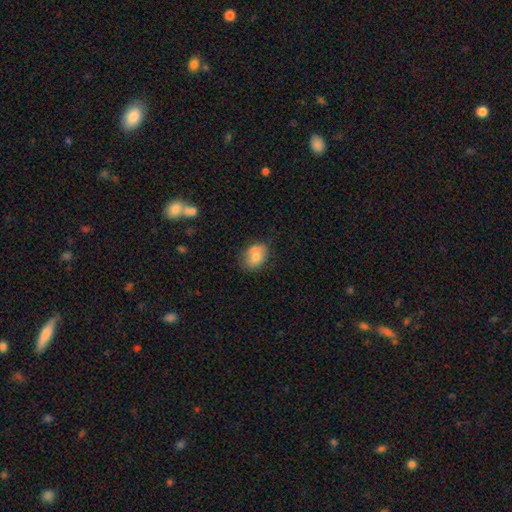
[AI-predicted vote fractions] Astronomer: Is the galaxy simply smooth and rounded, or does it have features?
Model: smooth — 69%.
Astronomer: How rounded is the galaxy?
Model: in between — 72%.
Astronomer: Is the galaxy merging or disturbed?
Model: none — 53%.